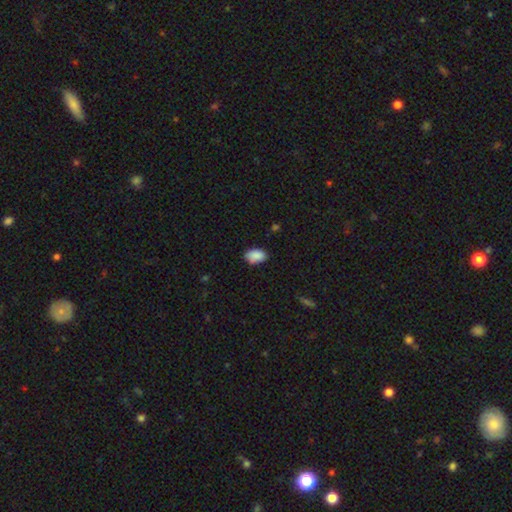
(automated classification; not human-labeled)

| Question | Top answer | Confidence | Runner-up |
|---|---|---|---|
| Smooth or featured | smooth | 88% | star or artifact (7%) |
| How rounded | in between | 89% | round (9%) |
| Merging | none | 75% | minor disturbance (21%) |